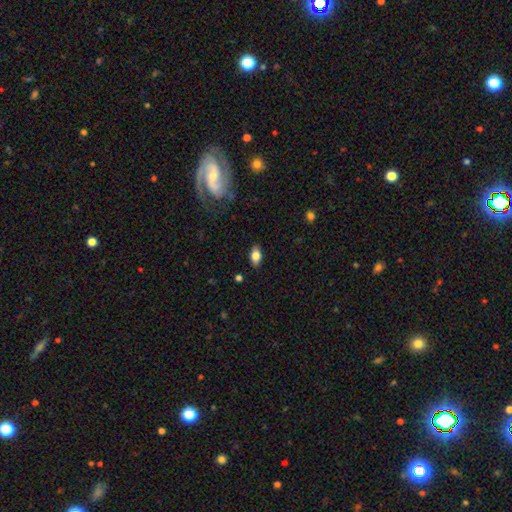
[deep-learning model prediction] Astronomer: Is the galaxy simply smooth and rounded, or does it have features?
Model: smooth — 73%.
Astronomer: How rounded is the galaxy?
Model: in between — 87%.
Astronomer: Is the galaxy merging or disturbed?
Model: none — 86%.